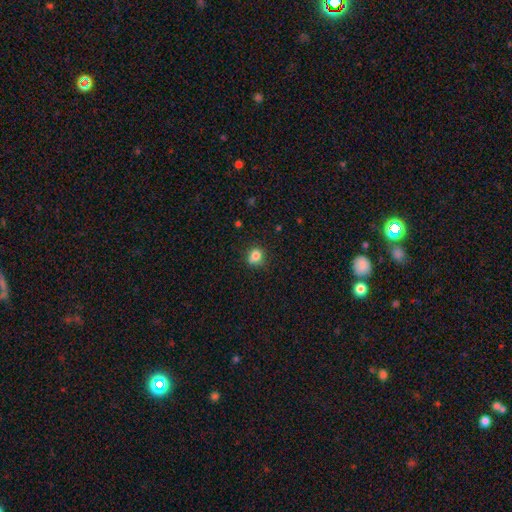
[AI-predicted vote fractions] This is clearly a smooth galaxy (82%). How rounded: likely round (70%). Merging: likely none (69%).